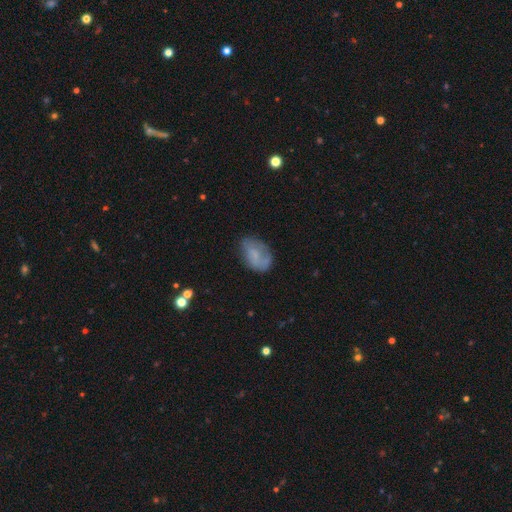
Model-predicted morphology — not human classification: Smooth or featured? Predicted: smooth (p=0.64). How rounded? Predicted: in between (p=0.86). Merging? Predicted: none (p=0.55).